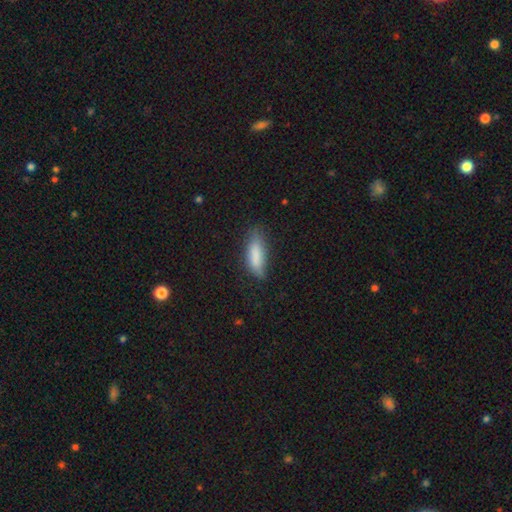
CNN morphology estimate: smooth 83%, featured or disk 10%, star or artifact 7%. Down the decision tree: how rounded — in between (57%); merging — none (69%).